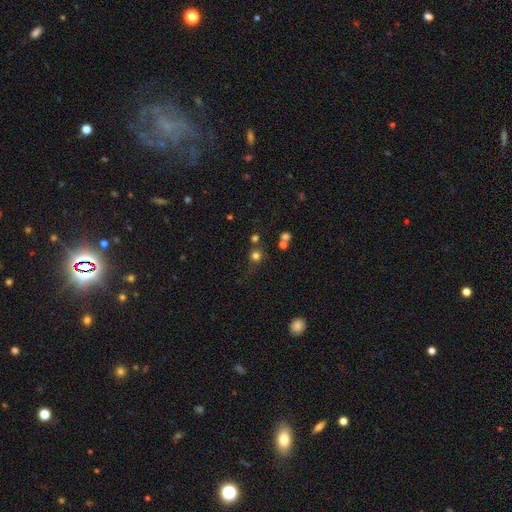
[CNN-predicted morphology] Smooth or featured: smooth — 72% (star or artifact — 20%)
How rounded: round — 90% (in between — 9%)
Merging: none — 68% (minor disturbance — 13%)